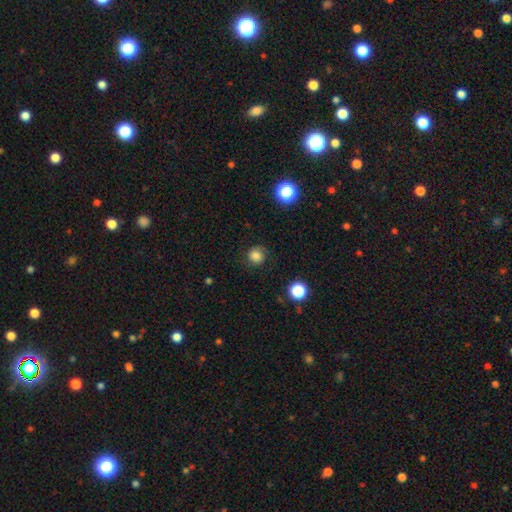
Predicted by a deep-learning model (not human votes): Smooth or featured: smooth — 79% (star or artifact — 12%)
How rounded: round — 89% (in between — 10%)
Merging: none — 78% (minor disturbance — 14%)